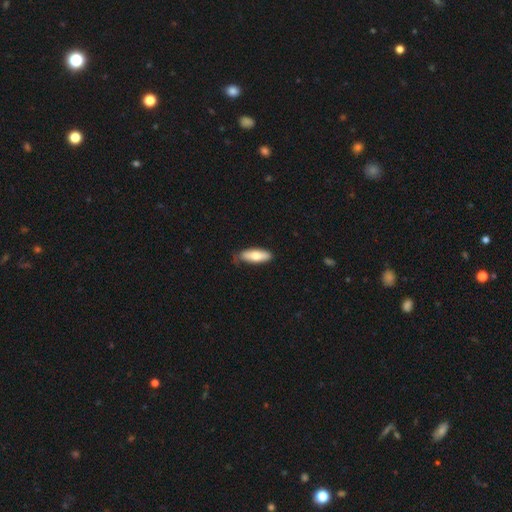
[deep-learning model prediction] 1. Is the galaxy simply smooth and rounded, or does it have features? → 73% smooth, 21% featured or disk, 6% star or artifact.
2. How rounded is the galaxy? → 65% in between, 33% cigar-shaped, 2% round.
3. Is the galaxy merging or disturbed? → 69% none, 25% minor disturbance, 5% major disturbance, 2% merger.